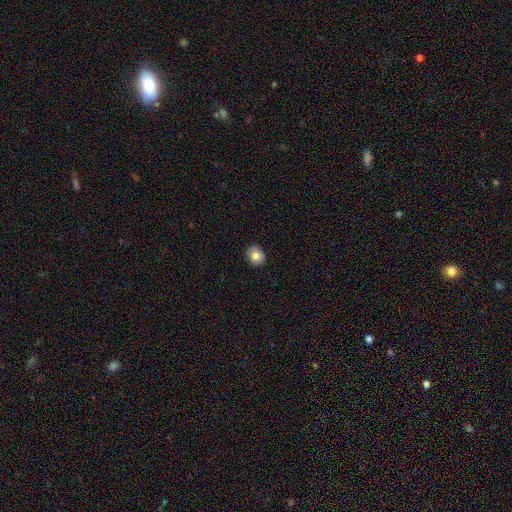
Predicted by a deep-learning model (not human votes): Morphology: type=smooth (82%); roundness=round (70%); merging=none (88%).